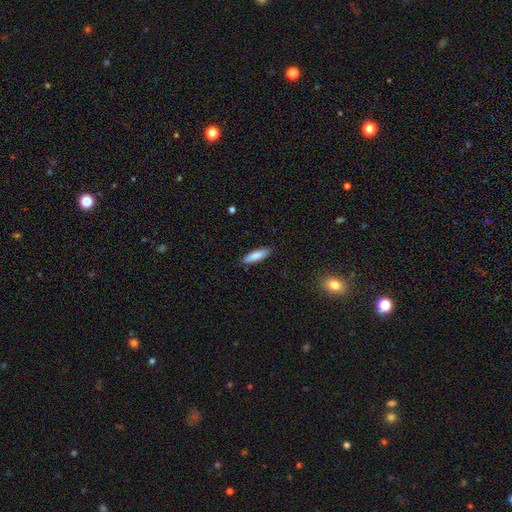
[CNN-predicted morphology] Overall: smooth (85%). How rounded: cigar-shaped (62%; in between 37%). Merging: none (88%).